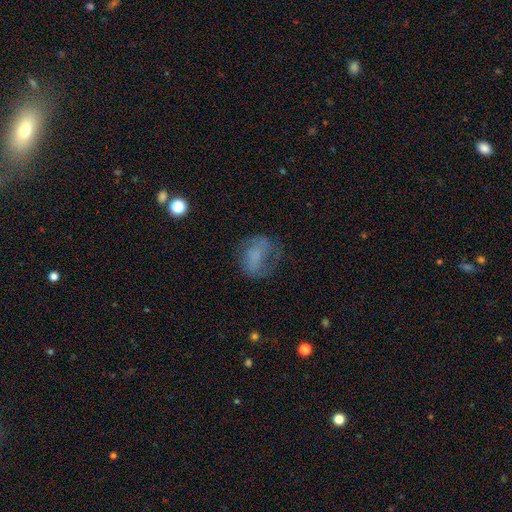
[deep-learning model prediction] A smooth galaxy with no disk features (46%).

Vote fractions:
- Smooth or featured? smooth: 46% / featured or disk: 40% / star or artifact: 14%
- Merging? none: 49% / major disturbance: 25% / minor disturbance: 24% / merger: 2%